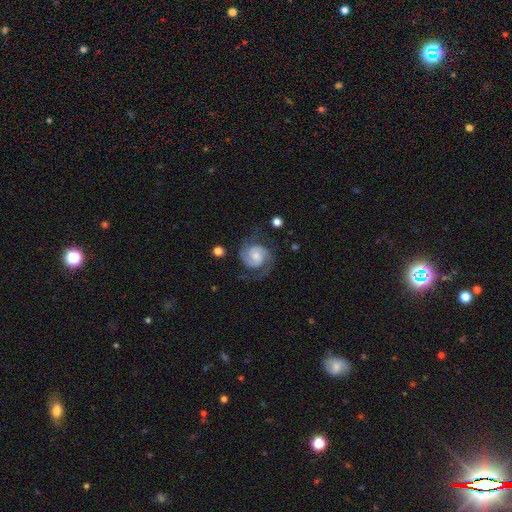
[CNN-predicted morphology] smooth-or-featured: featured or disk: 86% | smooth: 9% | star or artifact: 5%
  disk-edge-on: no: 98% | yes: 2%
    bar: no: 62% | weak: 32% | strong: 6%
    has-spiral-arms: yes: 97% | no: 3%
      spiral-winding: medium: 45% | tight: 41% | loose: 14%
      spiral-arm-count: 2: 88% | 1: 4% | can't tell: 4% | 3: 2% | 4: 1% | more than 4: 1%
    bulge-size: small: 46% | moderate: 40% | none: 7% | large: 5% | dominant: 1%
  merging: none: 71% | minor disturbance: 16% | major disturbance: 12% | merger: 2%